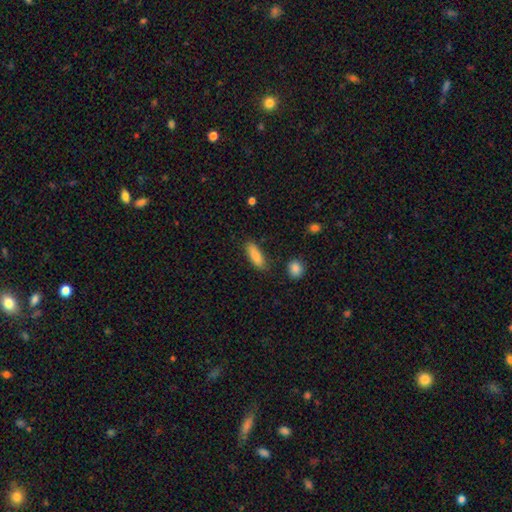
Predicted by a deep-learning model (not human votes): smooth_or_featured: smooth (p=0.87) [alt: star or artifact p=0.07]
how_rounded: in between (p=0.61) [alt: cigar-shaped p=0.36]
merging: none (p=0.80) [alt: minor disturbance p=0.14]